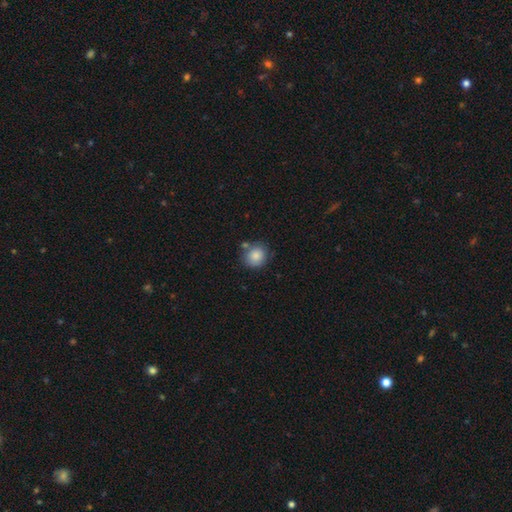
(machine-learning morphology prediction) A smooth galaxy with no disk features (85%) that is round (82%). Merging: none (74%).